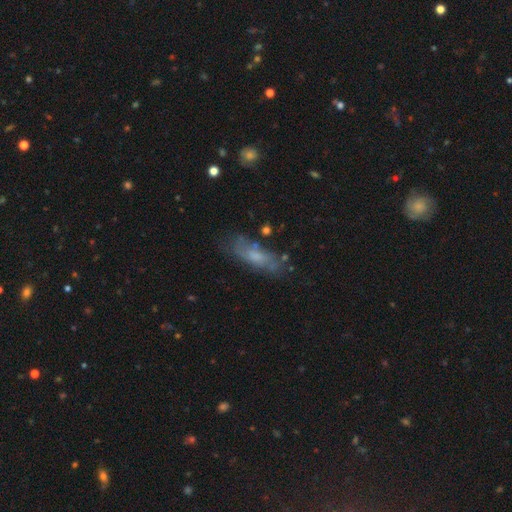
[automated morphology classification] Smooth or featured? Predicted: smooth (p=0.47). Merging? Predicted: none (p=0.59).